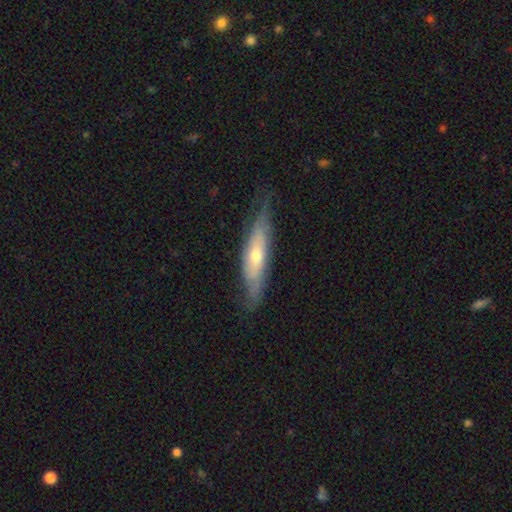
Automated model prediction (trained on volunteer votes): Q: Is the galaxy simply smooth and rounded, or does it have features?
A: featured or disk — 59%.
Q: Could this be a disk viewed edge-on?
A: yes — 56%.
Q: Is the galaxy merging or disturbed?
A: none — 71%.